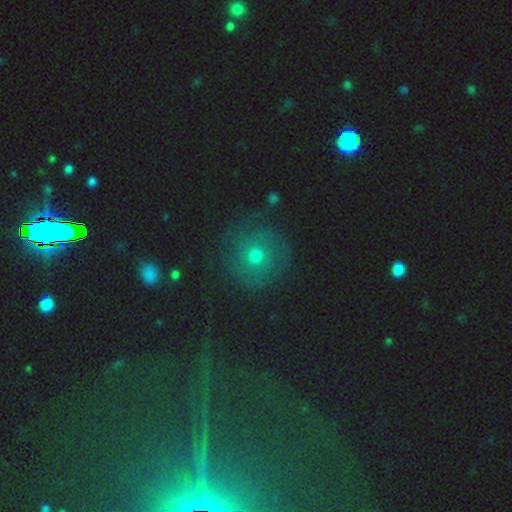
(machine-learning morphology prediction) Smooth or featured? smooth (44%)
Merging? none (78%)